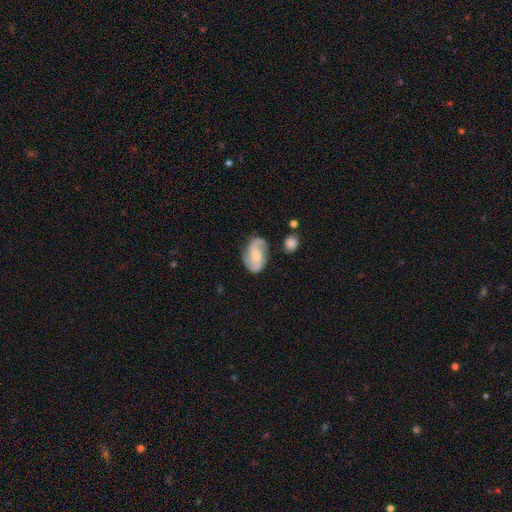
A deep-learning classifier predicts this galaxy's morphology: Q: Smooth or featured?
A: featured or disk (75%); runner-up: smooth (19%)
Q: Edge-on disk?
A: no (97%); runner-up: yes (3%)
Q: Bar?
A: no (54%); runner-up: weak (36%)
Q: Spiral arms?
A: yes (94%); runner-up: no (6%)
Q: Spiral winding?
A: loose (48%); runner-up: medium (38%)
Q: Spiral arm count?
A: 2 (87%); runner-up: can't tell (5%)
Q: Bulge size?
A: small (52%); runner-up: moderate (39%)
Q: Merging?
A: none (69%); runner-up: minor disturbance (20%)